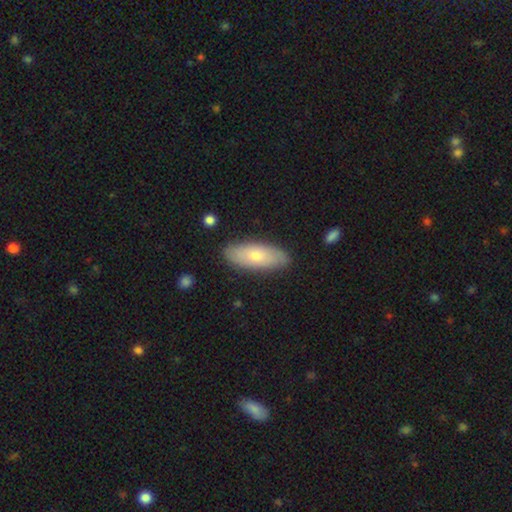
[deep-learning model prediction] The model was most divided on "smooth or featured": smooth: 67%, featured or disk: 27%, star or artifact: 6%. More confident: merging — none (85%); how rounded — in between (78%).